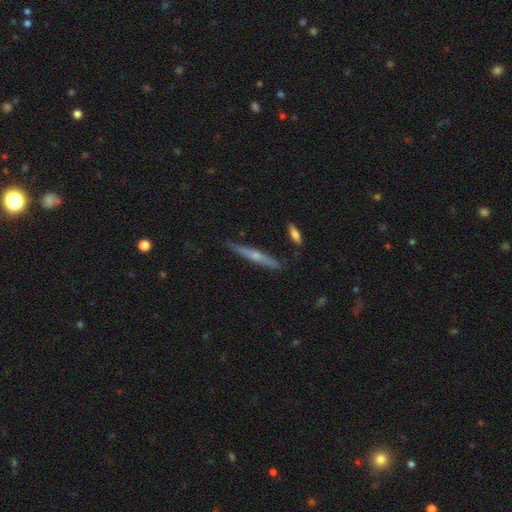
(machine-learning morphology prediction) A featured or disk galaxy (61%) viewed edge-on (96%) with a rounded central bulge (73%). Merging: none (83%).